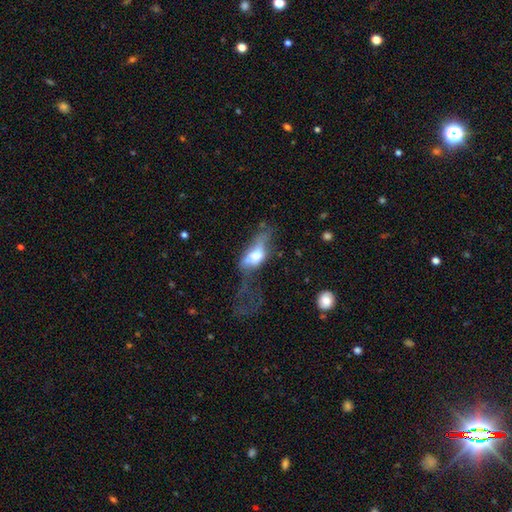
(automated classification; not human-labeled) Morphology: type=smooth (48%); merging=major disturbance (51%).